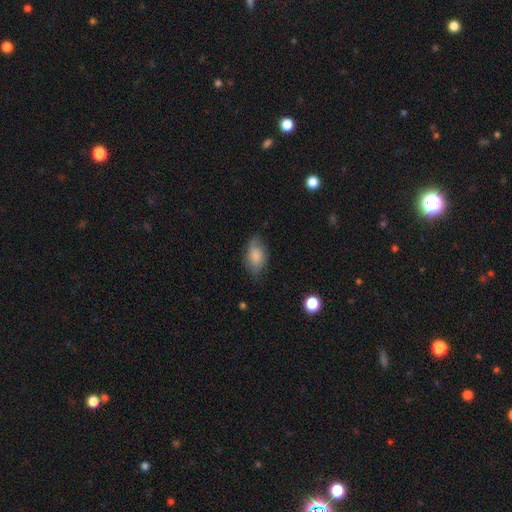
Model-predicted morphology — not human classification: Smooth or featured: smooth — 79% (featured or disk — 14%)
How rounded: in between — 90% (round — 7%)
Merging: none — 69% (minor disturbance — 24%)